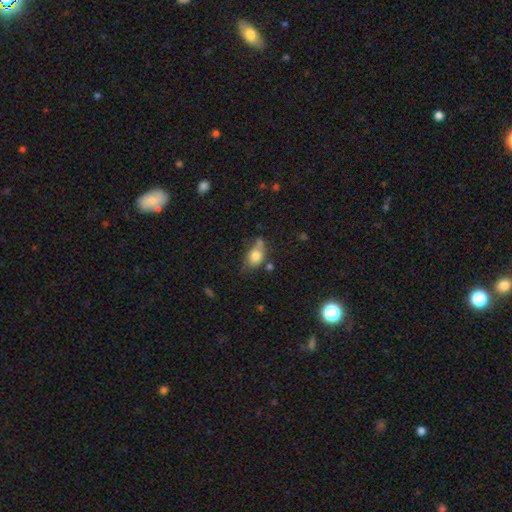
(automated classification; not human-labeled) smooth_or_featured: smooth (p=0.76) [alt: featured or disk p=0.15]
how_rounded: in between (p=0.71) [alt: round p=0.26]
merging: none (p=0.45) [alt: minor disturbance p=0.29]